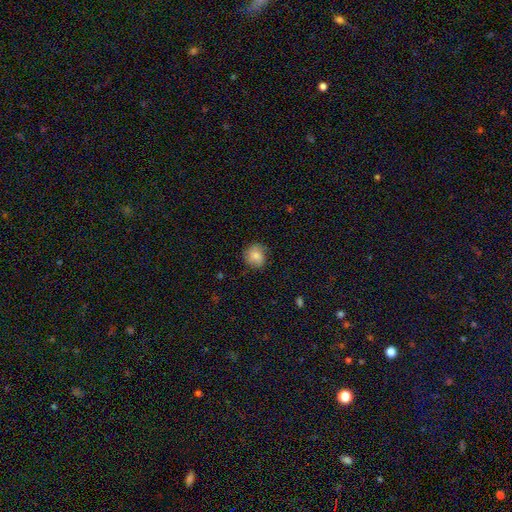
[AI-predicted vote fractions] Smooth or featured? smooth (78%)
How rounded? round (83%)
Merging? none (76%)